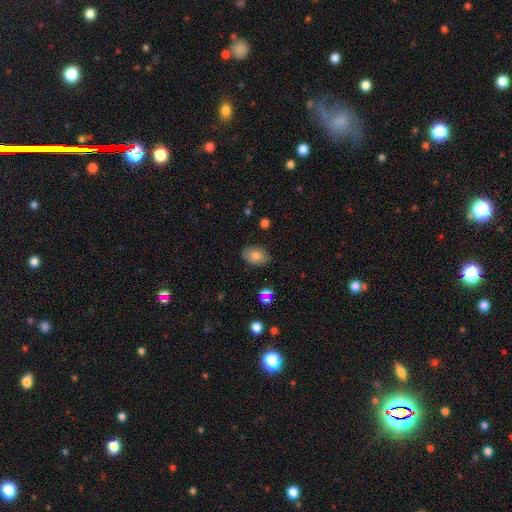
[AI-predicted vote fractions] A smooth galaxy with no disk features (74%) that is in between round and cigar-shaped (80%). Merging: none (84%).